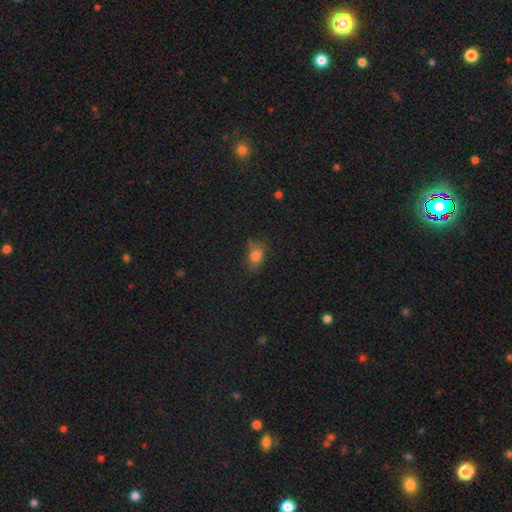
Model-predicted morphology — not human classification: Smooth or featured? Predicted: smooth (p=0.78). How rounded? Predicted: in between (p=0.71). Merging? Predicted: none (p=0.66).